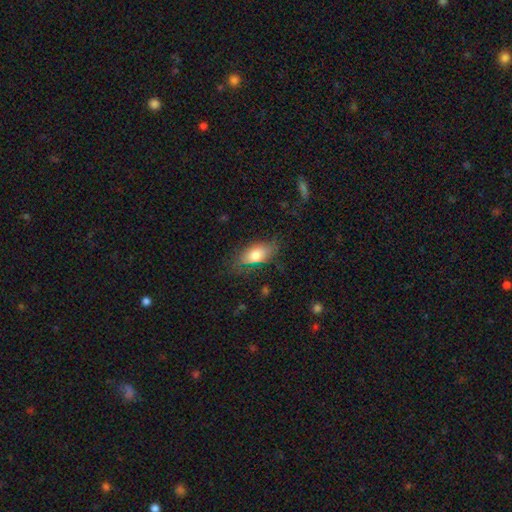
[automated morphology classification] This is likely a smooth galaxy (77%). How rounded: clearly in between (87%). Merging: likely none (70%).